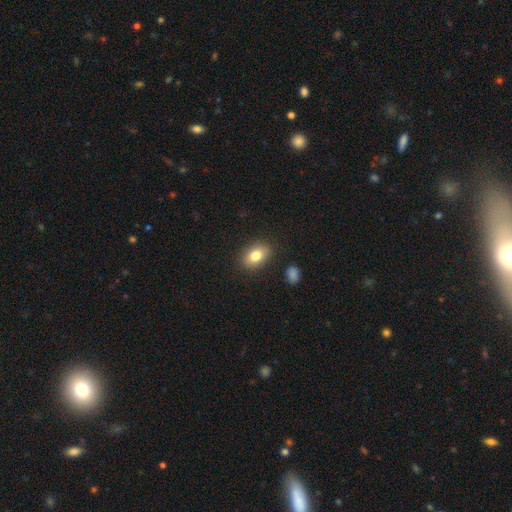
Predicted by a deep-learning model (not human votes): smooth 82%, featured or disk 10%, star or artifact 8%. Down the decision tree: how rounded — in between (81%); merging — none (86%).